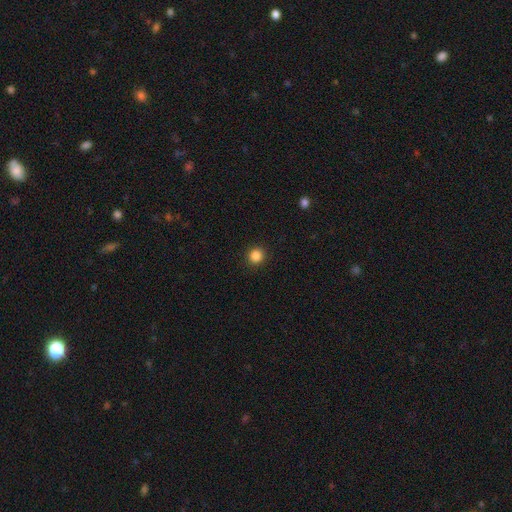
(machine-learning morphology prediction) Overall: smooth (86%). How rounded: round (94%). Merging: none (93%).